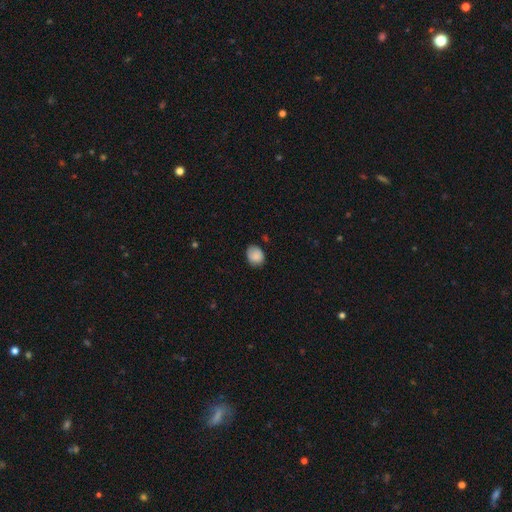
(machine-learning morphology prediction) Smooth or featured? smooth (86%)
How rounded? round (51%)
Merging? none (73%)